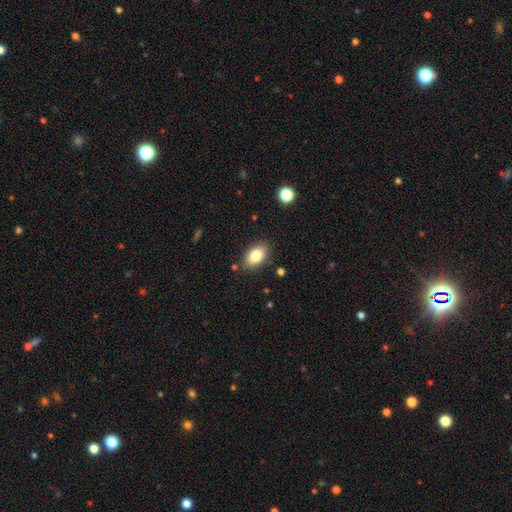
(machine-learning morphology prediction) type=smooth (82%); roundness=in between (91%); merging=none (85%).